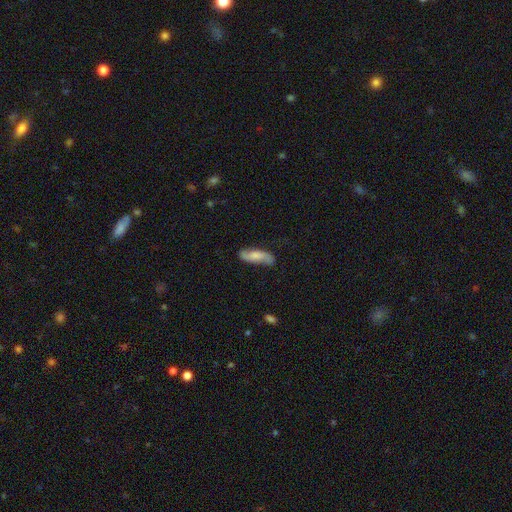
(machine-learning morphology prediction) Overall: smooth (62%; featured or disk 32%). How rounded: cigar-shaped (53%; in between 45%). Merging: none (73%).